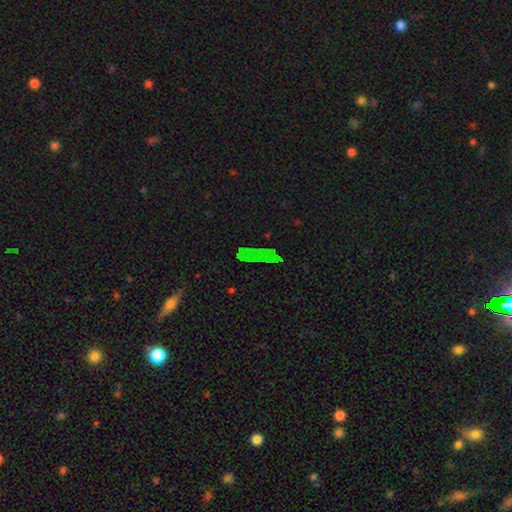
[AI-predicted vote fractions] Q: Smooth or featured?
A: star or artifact (40%); runner-up: smooth (32%)